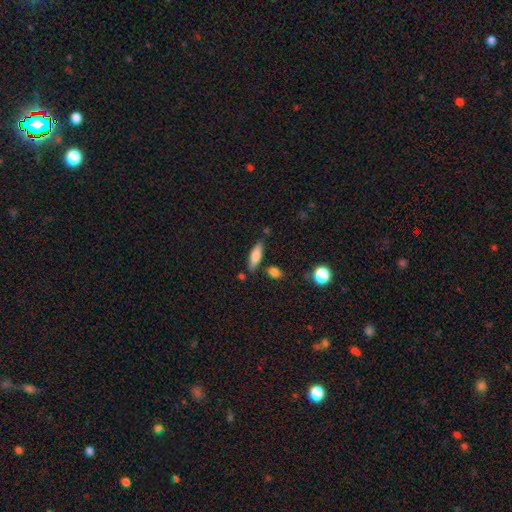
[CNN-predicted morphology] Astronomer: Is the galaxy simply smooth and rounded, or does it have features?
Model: smooth — 76%.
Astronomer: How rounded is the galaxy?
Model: cigar-shaped — 50% (runner-up: in between, 48%).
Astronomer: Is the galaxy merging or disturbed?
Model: none — 77%.